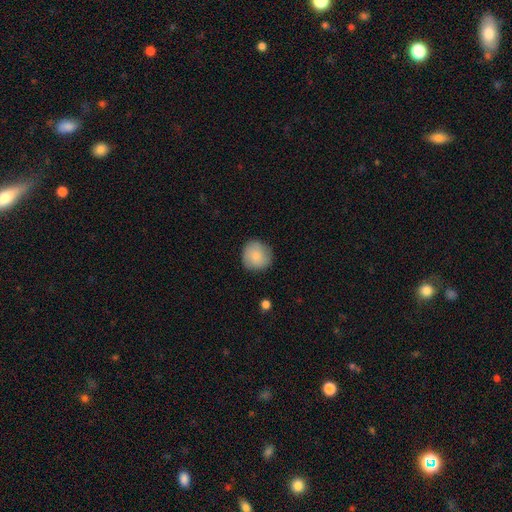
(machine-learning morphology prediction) A smooth galaxy with no disk features (83%) that is round (91%).

Vote fractions:
- Smooth or featured? smooth: 83% / featured or disk: 10% / star or artifact: 7%
- How rounded? round: 91% / in between: 8% / cigar-shaped: 1%
- Merging? none: 83% / minor disturbance: 13% / major disturbance: 3% / merger: 1%